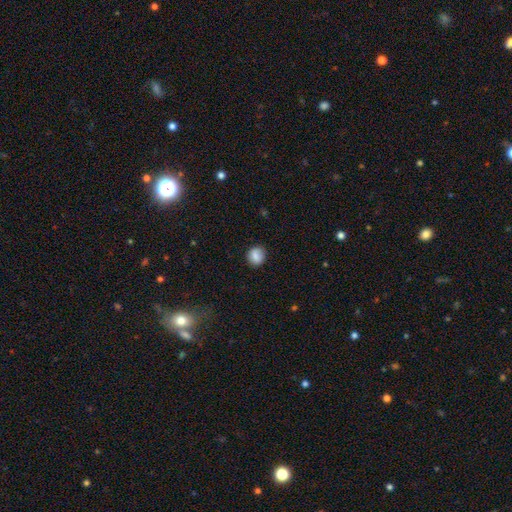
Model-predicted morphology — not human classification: smooth-or-featured: smooth: 84% | star or artifact: 9% | featured or disk: 8%
  how-rounded: round: 86% | in between: 13% | cigar-shaped: 1%
  merging: none: 87% | minor disturbance: 9% | major disturbance: 2% | merger: 1%